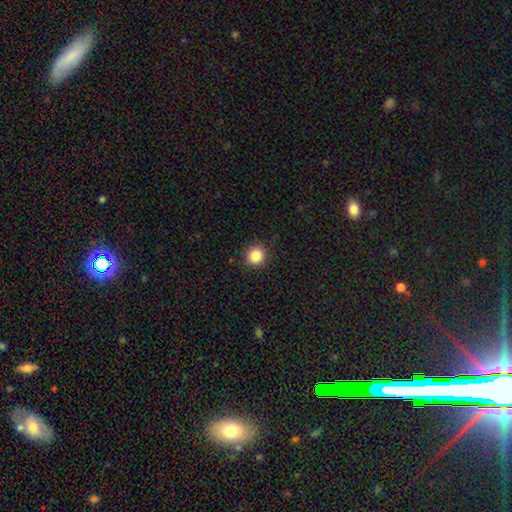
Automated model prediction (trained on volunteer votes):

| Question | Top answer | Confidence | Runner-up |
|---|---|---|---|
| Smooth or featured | smooth | 86% | star or artifact (10%) |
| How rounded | round | 93% | in between (6%) |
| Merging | none | 91% | minor disturbance (6%) |